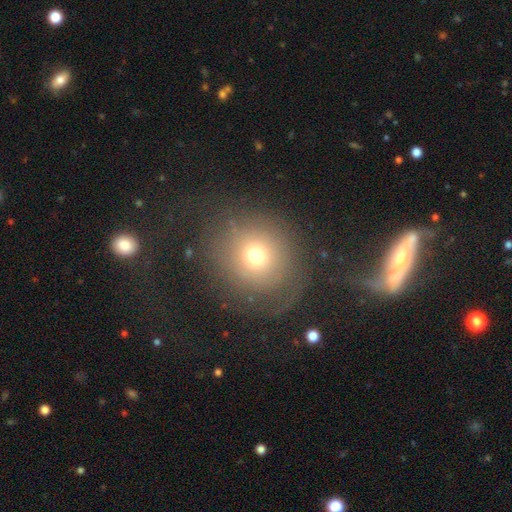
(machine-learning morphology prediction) Q: Smooth or featured?
A: smooth (63%); runner-up: featured or disk (22%)
Q: How rounded?
A: round (84%); runner-up: in between (15%)
Q: Merging?
A: none (68%); runner-up: minor disturbance (15%)